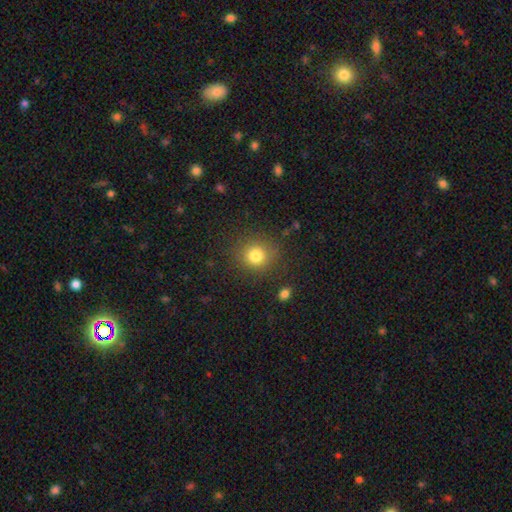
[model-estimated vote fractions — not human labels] The model was most divided on "smooth or featured": smooth: 79%, star or artifact: 14%, featured or disk: 7%. More confident: how rounded — round (88%); merging — none (86%).